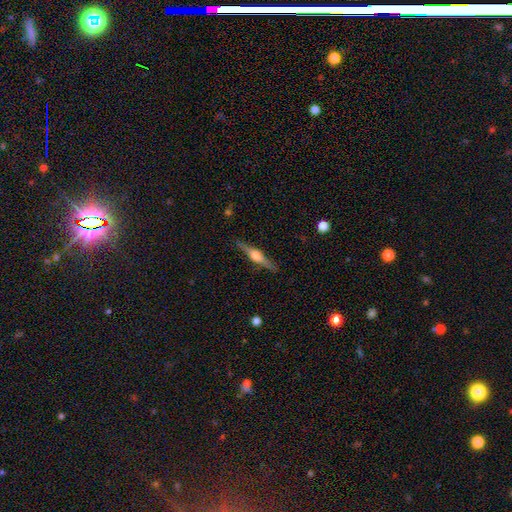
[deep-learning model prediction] Smooth or featured? featured or disk (76%)
Edge-on disk? yes (98%)
Edge-on bulge? rounded (89%)
Merging? none (89%)